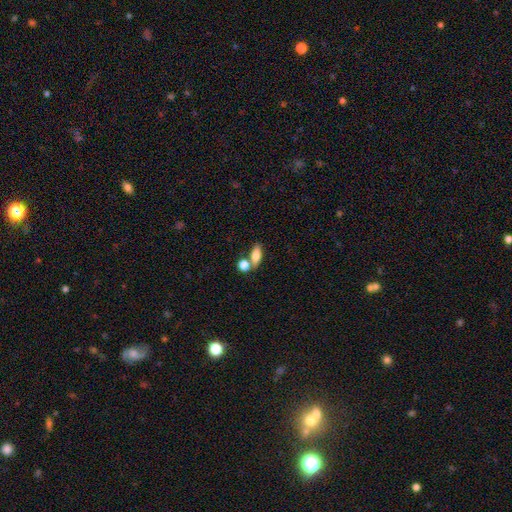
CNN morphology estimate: smooth-or-featured: smooth: 76% | featured or disk: 16% | star or artifact: 8%
  how-rounded: in between: 75% | cigar-shaped: 15% | round: 10%
  merging: none: 56% | merger: 28% | minor disturbance: 11% | major disturbance: 4%